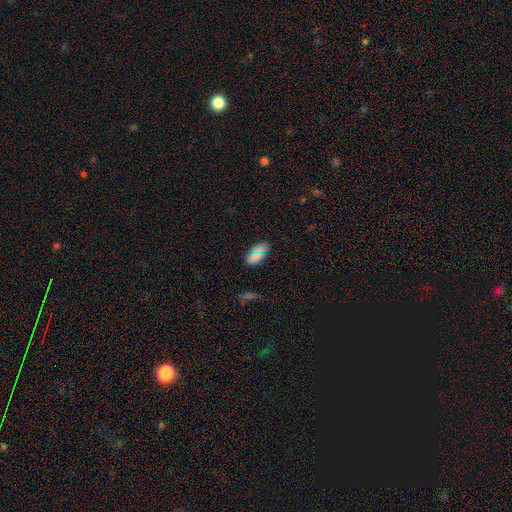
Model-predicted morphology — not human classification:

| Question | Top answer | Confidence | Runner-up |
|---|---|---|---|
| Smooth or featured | smooth | 76% | star or artifact (17%) |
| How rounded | in between | 93% | cigar-shaped (3%) |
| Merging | none | 86% | minor disturbance (10%) |